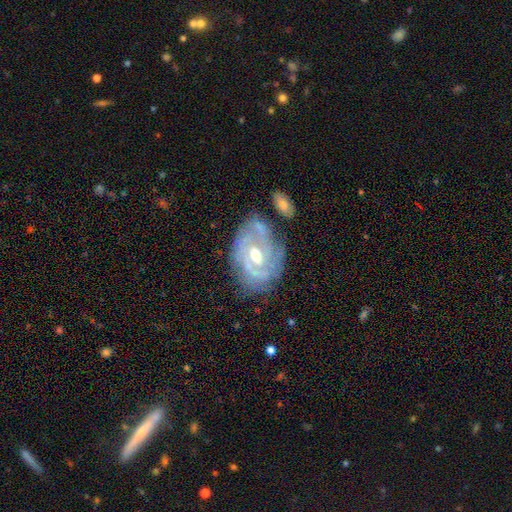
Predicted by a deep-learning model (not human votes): smooth_or_featured: featured or disk (p=0.84) [alt: smooth p=0.10]
disk_edge_on: no (p=0.96) [alt: yes p=0.04]
bar: weak (p=0.50) [alt: no p=0.34]
has_spiral_arms: yes (p=0.87) [alt: no p=0.13]
spiral_winding: tight (p=0.56) [alt: medium p=0.33]
spiral_arm_count: can't tell (p=0.35) [alt: 2 p=0.34]
bulge_size: moderate (p=0.73) [alt: small p=0.21]
merging: none (p=0.58) [alt: minor disturbance p=0.23]